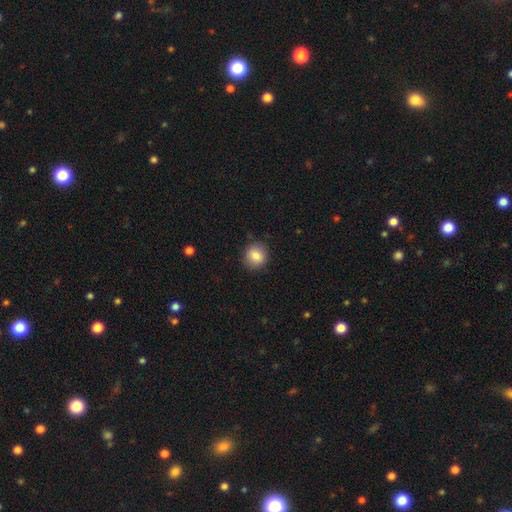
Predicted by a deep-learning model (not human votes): smooth 85%, star or artifact 9%, featured or disk 6%. Down the decision tree: how rounded — round (84%); merging — none (85%).